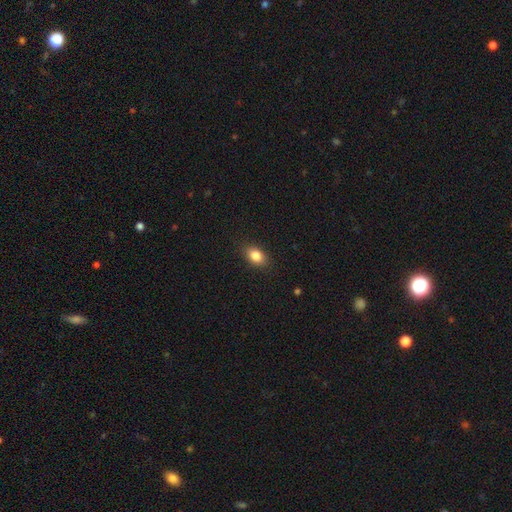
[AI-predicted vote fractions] Smooth or featured?
  - smooth: 84% *
  - star or artifact: 9%
  - featured or disk: 7%
How rounded?
  - in between: 82% *
  - round: 16%
  - cigar-shaped: 2%
Merging?
  - none: 87% *
  - minor disturbance: 10%
  - major disturbance: 2%
  - merger: 1%